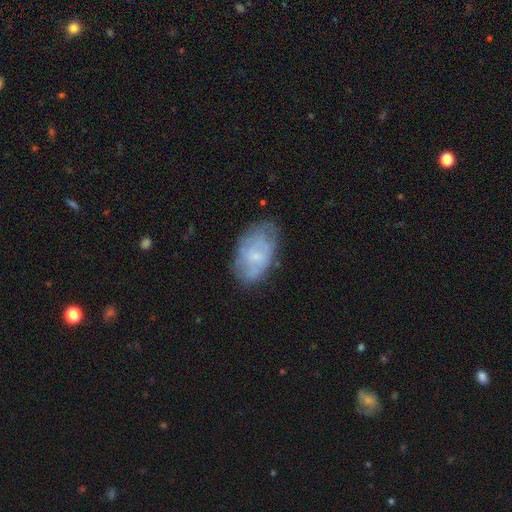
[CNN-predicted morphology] This is possibly a featured or disk galaxy (49%). Merging: likely none (63%).